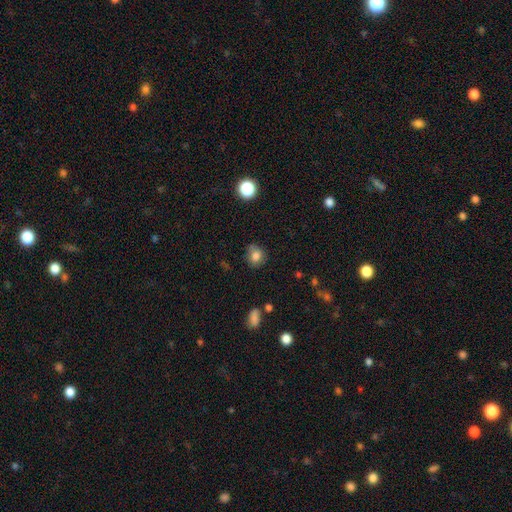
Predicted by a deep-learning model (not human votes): Smooth or featured?
  - smooth: 80% *
  - star or artifact: 11%
  - featured or disk: 9%
How rounded?
  - round: 70% *
  - in between: 29%
  - cigar-shaped: 1%
Merging?
  - none: 72% *
  - minor disturbance: 20%
  - major disturbance: 5%
  - merger: 3%